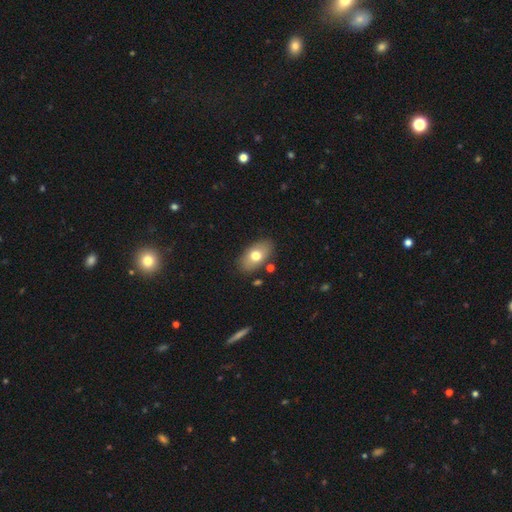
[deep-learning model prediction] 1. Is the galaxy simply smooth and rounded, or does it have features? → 71% smooth, 22% featured or disk, 7% star or artifact.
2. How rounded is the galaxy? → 91% in between, 7% round, 2% cigar-shaped.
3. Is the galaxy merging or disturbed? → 83% none, 11% minor disturbance, 3% merger, 3% major disturbance.